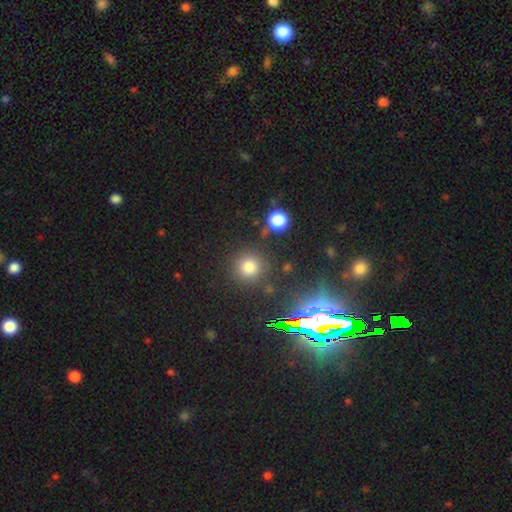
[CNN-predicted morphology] This is possibly a star or artifact rather than a galaxy (48%).